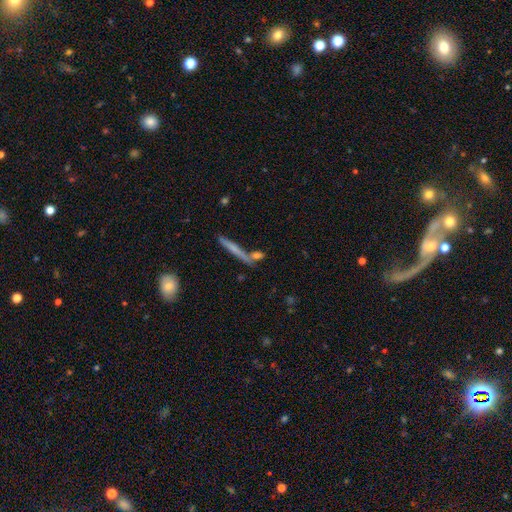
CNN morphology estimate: The model was most divided on "smooth or featured": smooth: 46%, featured or disk: 42%, star or artifact: 12%. More confident: merging — none (67%).